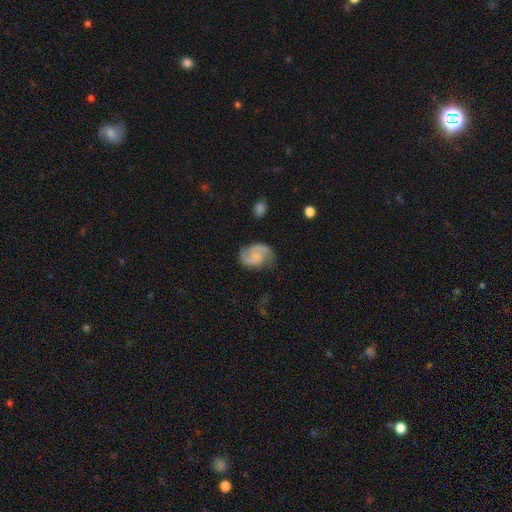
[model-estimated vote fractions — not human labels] A featured or disk galaxy (74%) with no bar (61%), 2 (88%) medium (49%) spiral arms (95%) and no central bulge (43%). Merging: none (67%).